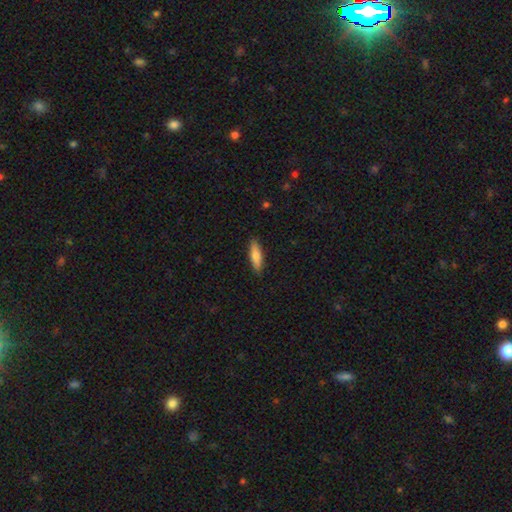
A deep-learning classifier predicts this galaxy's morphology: type=smooth (75%); roundness=cigar-shaped (63%); merging=none (89%).